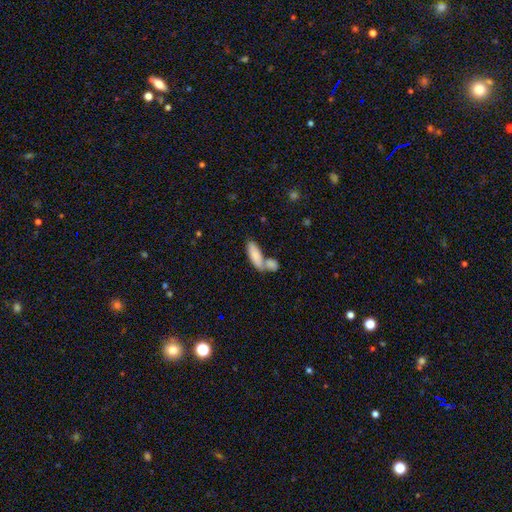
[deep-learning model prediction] This is clearly a smooth galaxy (82%). How rounded: likely in between (63%). Merging: possibly merger (50%).